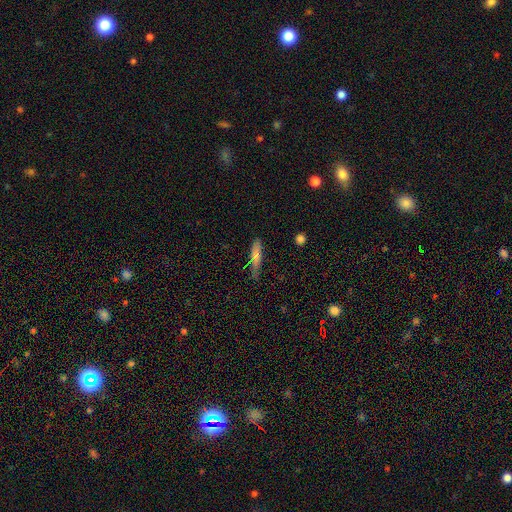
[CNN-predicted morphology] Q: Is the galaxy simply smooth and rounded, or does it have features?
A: smooth — 70%.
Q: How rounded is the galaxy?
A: cigar-shaped — 80%.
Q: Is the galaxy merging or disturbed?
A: none — 70%.